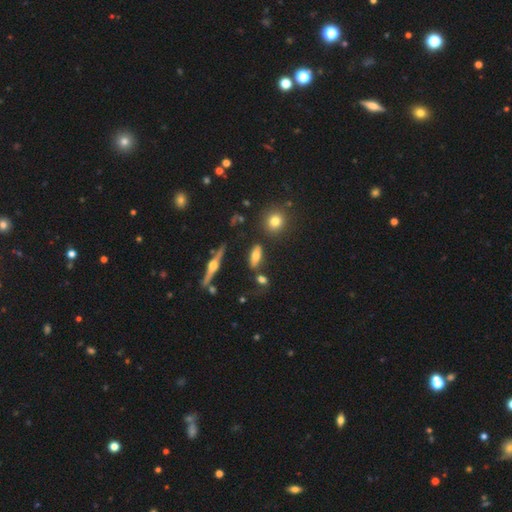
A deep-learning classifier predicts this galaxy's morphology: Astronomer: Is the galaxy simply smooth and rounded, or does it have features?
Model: smooth — 53% (runner-up: featured or disk, 37%).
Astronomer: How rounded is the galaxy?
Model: in between — 73%.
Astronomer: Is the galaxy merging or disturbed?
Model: none — 75%.